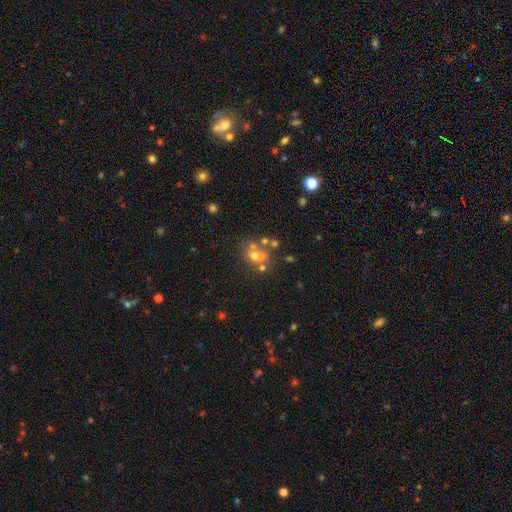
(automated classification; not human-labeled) This is possibly a smooth galaxy (49%). Merging: marginally none (42%).